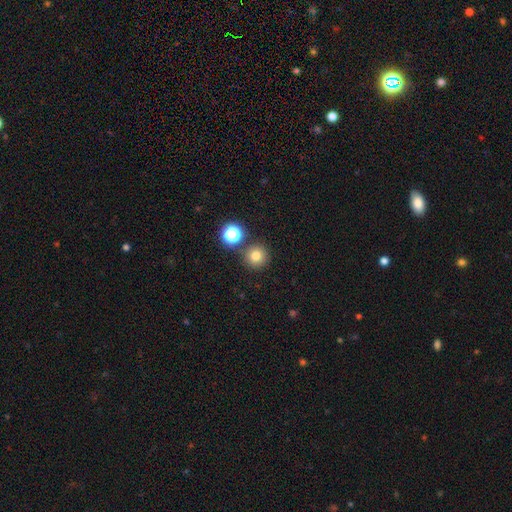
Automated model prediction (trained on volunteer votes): The model was most divided on "smooth or featured": smooth: 77%, star or artifact: 16%, featured or disk: 7%. More confident: how rounded — round (95%); merging — none (81%).